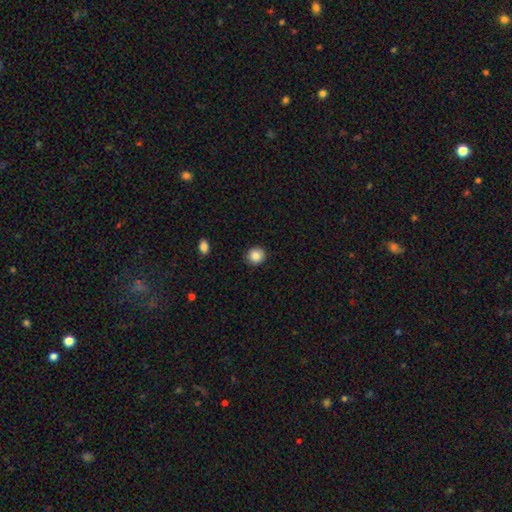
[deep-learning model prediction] This appears to be a smooth galaxy with no disk features (86%) that is round (88%). Merging: none (90%).